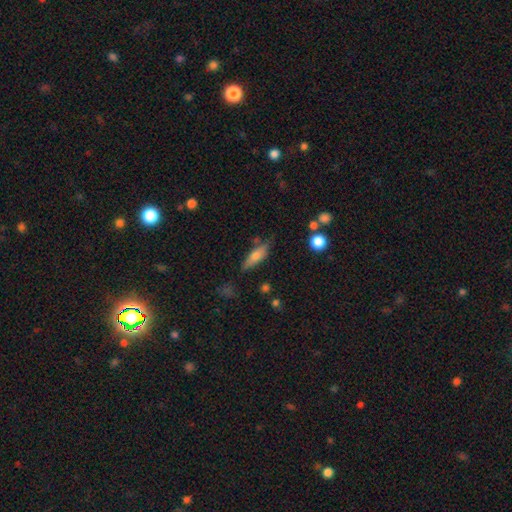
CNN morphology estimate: Smooth or featured: smooth — 64% (featured or disk — 29%)
How rounded: cigar-shaped — 52% (in between — 46%)
Merging: none — 71% (minor disturbance — 20%)